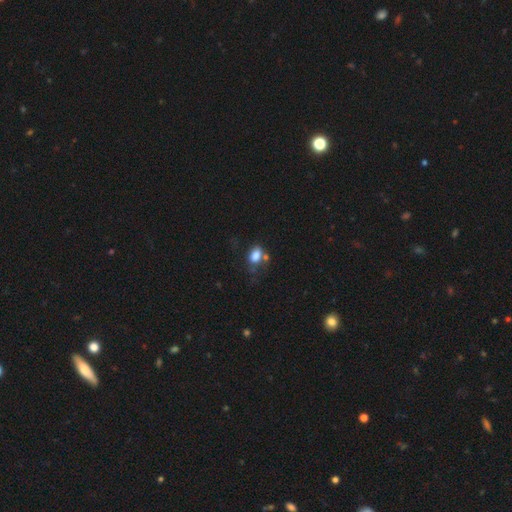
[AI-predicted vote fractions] The model was most divided on "merging": none: 41%, minor disturbance: 23%, merger: 22%, major disturbance: 14%. More confident: smooth or featured — smooth (80%); how rounded — in between (78%).